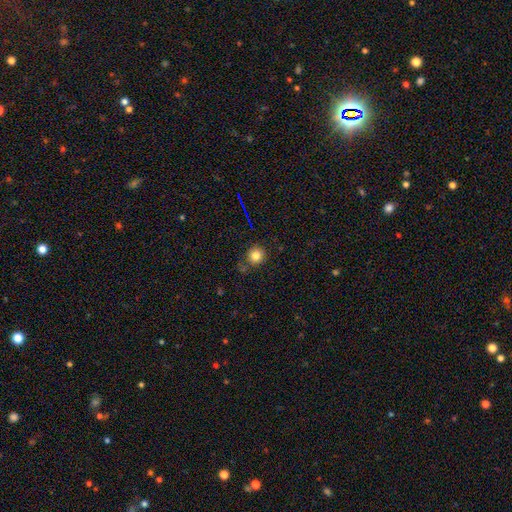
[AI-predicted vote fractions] Morphology: type=smooth (79%); roundness=round (88%); merging=none (78%).